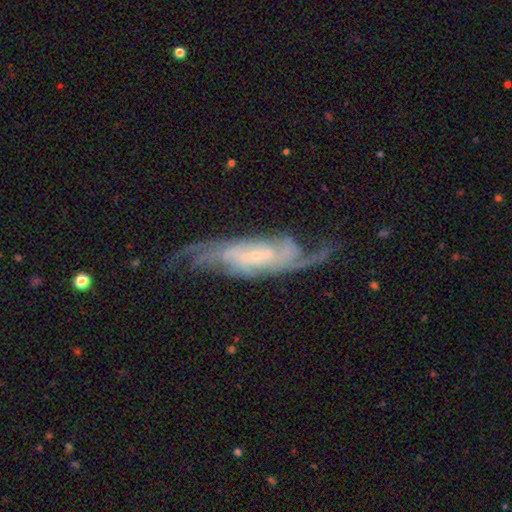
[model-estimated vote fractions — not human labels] smooth-or-featured: featured or disk: 87% | smooth: 7% | star or artifact: 6%
  disk-edge-on: no: 85% | yes: 15%
    bar: no: 48% | weak: 35% | strong: 17%
    has-spiral-arms: yes: 97% | no: 3%
      spiral-winding: medium: 43% | tight: 39% | loose: 18%
      spiral-arm-count: 2: 28% | can't tell: 22% | 3: 22% | 4: 16% | more than 4: 7% | 1: 6%
    bulge-size: small: 75% | moderate: 16% | none: 6% | large: 2% | dominant: 1%
  merging: none: 67% | minor disturbance: 18% | major disturbance: 12% | merger: 2%